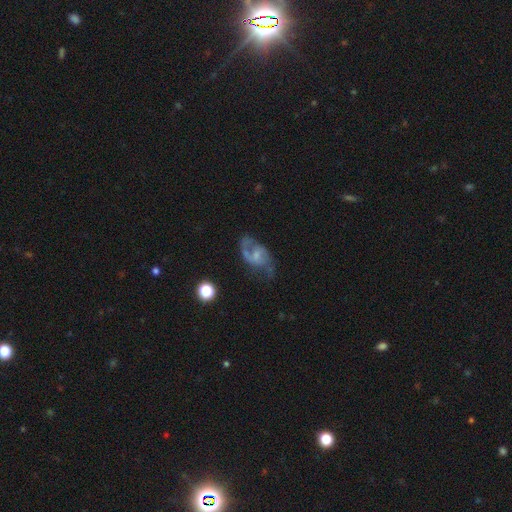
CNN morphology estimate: Overall: featured or disk (72%). Edge-on disk: no (97%). Bar: no (48%; weak 43%). Spiral arms: yes (85%). Spiral arm count: 2 (71%). Spiral winding: medium (43%, tied with loose). Bulge size: small (51%; moderate 26%). Merging: none (47%; minor disturbance 24%).